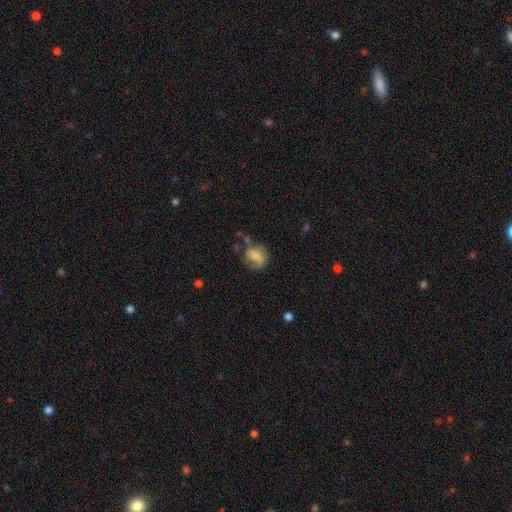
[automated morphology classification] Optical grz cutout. It shows a smooth galaxy with no disk features (56%) that is round (58%). Merging: none (48%).